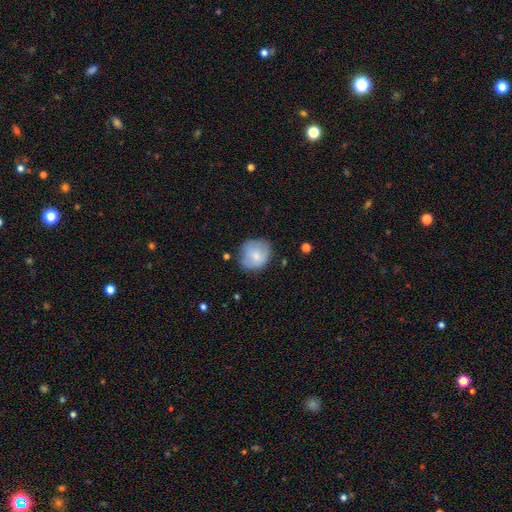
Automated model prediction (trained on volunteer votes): Morphology: type=smooth (71%); roundness=round (78%); merging=none (65%).